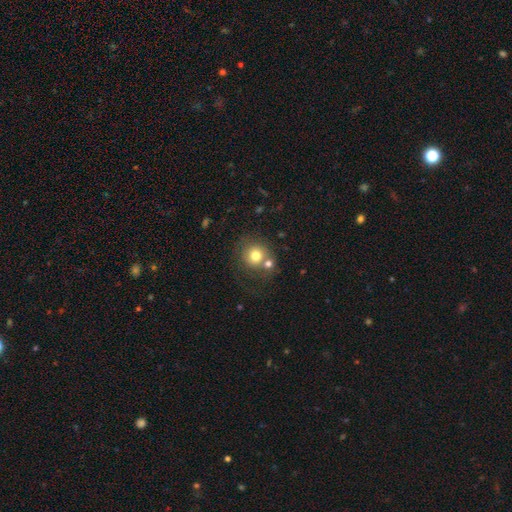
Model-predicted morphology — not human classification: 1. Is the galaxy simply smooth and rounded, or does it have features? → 74% smooth, 15% featured or disk, 11% star or artifact.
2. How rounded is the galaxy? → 86% round, 13% in between, 1% cigar-shaped.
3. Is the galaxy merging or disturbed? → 53% none, 27% merger, 12% minor disturbance, 7% major disturbance.